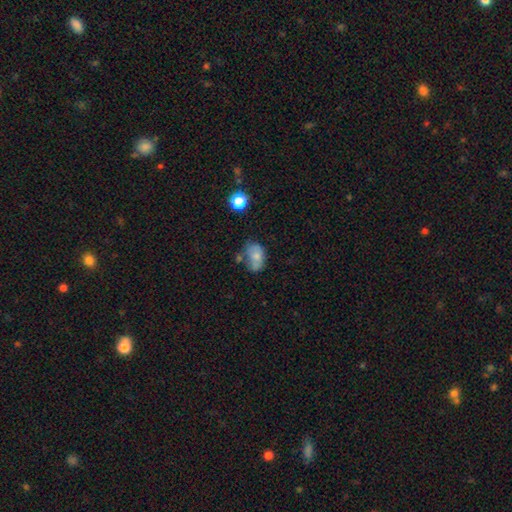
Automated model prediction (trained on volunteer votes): This is likely a smooth galaxy (70%). How rounded: clearly in between (81%). Merging: marginally none (39%).